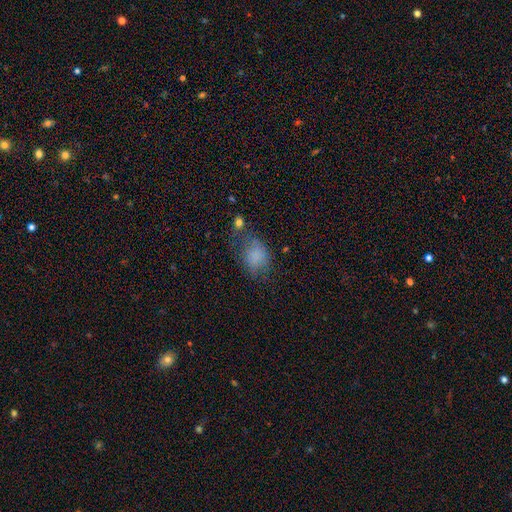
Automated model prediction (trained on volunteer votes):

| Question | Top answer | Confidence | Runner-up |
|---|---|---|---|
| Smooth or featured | smooth | 77% | featured or disk (12%) |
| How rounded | in between | 64% | round (35%) |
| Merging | none | 45% | minor disturbance (28%) |